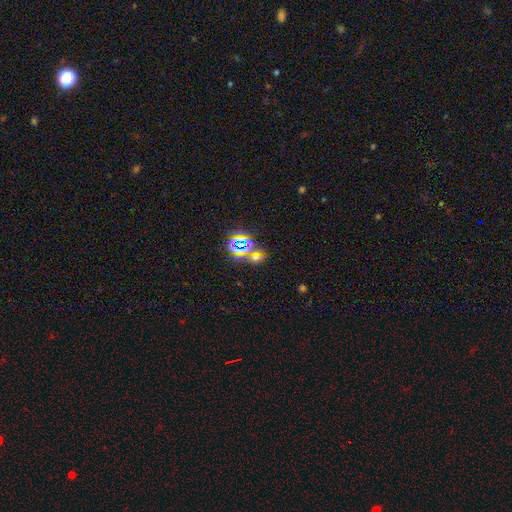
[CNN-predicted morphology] Smooth or featured: star or artifact — 62% (smooth — 27%)